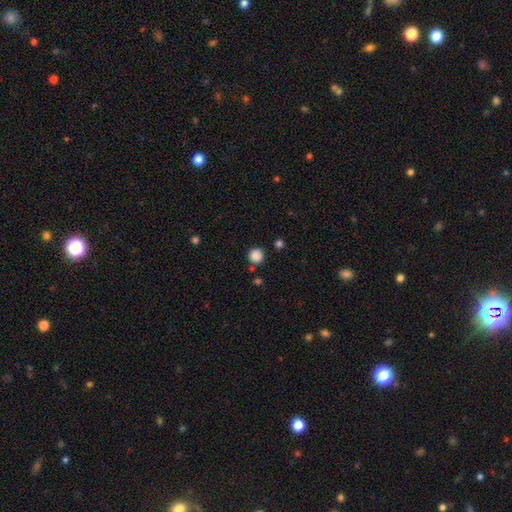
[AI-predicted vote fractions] Morphology: type=smooth (86%); roundness=round (94%); merging=none (85%).